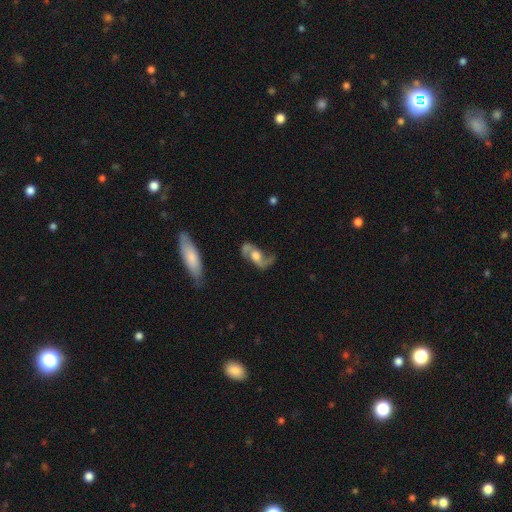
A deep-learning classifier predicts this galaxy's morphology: Smooth or featured: featured or disk — 86% (smooth — 9%)
Edge-on disk: no — 94% (yes — 6%)
Bar: no — 59% (weak — 32%)
Spiral arms: yes — 95% (no — 5%)
Spiral winding: loose — 63% (medium — 31%)
Spiral arm count: 2 — 93% (1 — 3%)
Bulge size: moderate — 42% (large — 38%)
Merging: none — 67% (minor disturbance — 17%)